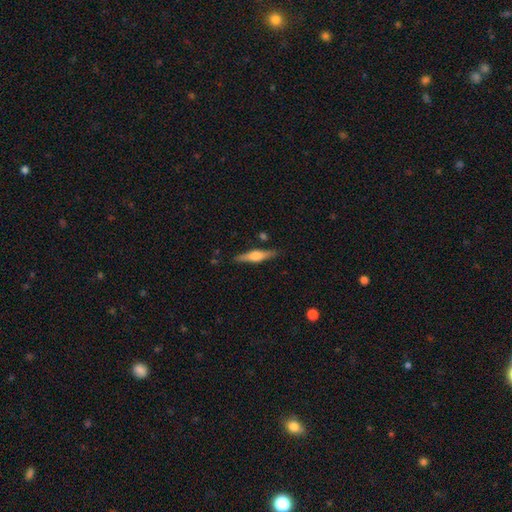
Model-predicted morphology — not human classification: The model was most divided on "smooth or featured": featured or disk: 60%, smooth: 34%, star or artifact: 6%. More confident: edge-on disk — yes (96%); edge-on bulge — rounded (88%); merging — none (86%).